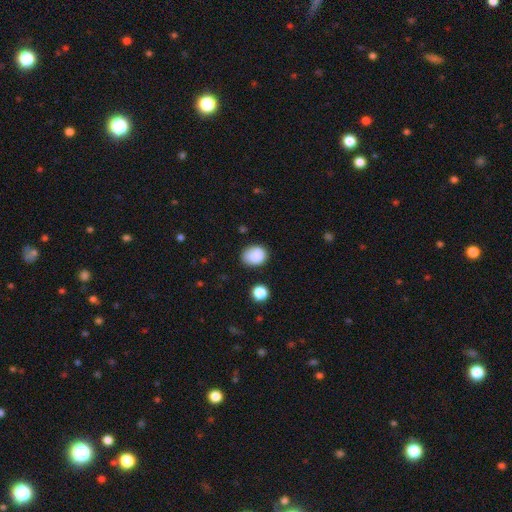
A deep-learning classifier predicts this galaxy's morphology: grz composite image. It shows a smooth galaxy with no disk features (86%) that is round (59%). Merging: none (76%).